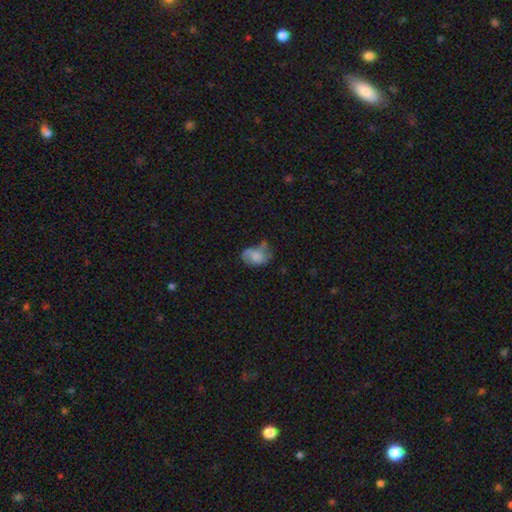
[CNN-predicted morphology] smooth 65%, featured or disk 26%, star or artifact 9%. Down the decision tree: how rounded — in between (81%); merging — minor disturbance (34%).